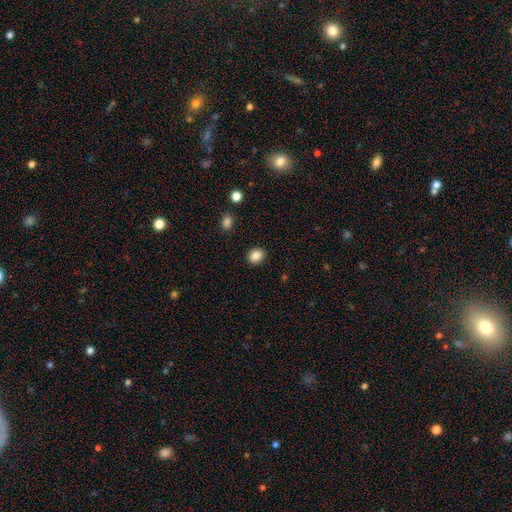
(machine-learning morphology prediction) A smooth galaxy with no disk features (87%) that is round (61%).

Vote fractions:
- Smooth or featured? smooth: 87% / star or artifact: 9% / featured or disk: 4%
- How rounded? round: 61% / in between: 38% / cigar-shaped: 1%
- Merging? none: 90% / minor disturbance: 7% / major disturbance: 2% / merger: 1%